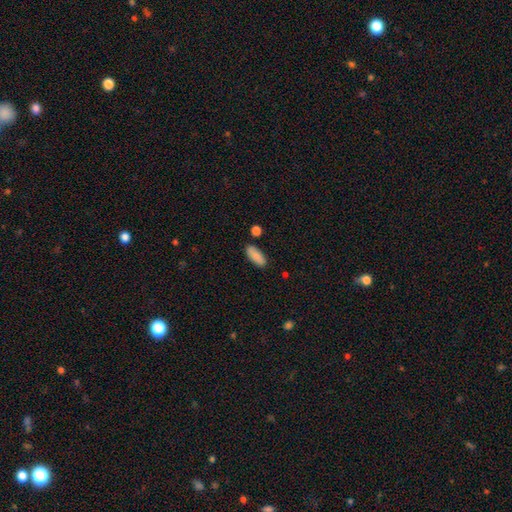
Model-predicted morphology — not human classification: Smooth or featured?
  - smooth: 87% *
  - star or artifact: 7%
  - featured or disk: 6%
How rounded?
  - in between: 79% *
  - cigar-shaped: 18%
  - round: 2%
Merging?
  - none: 84% *
  - minor disturbance: 10%
  - merger: 4%
  - major disturbance: 2%